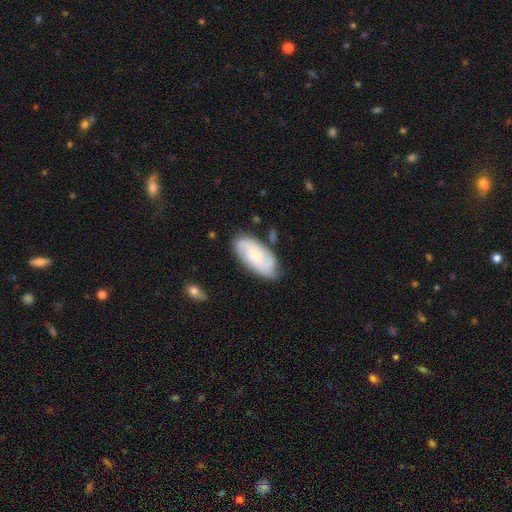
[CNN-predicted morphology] smooth-or-featured: featured or disk: 50% | smooth: 43% | star or artifact: 6%
  disk-edge-on: no: 92% | yes: 8%
  merging: none: 73% | minor disturbance: 19% | major disturbance: 4% | merger: 3%